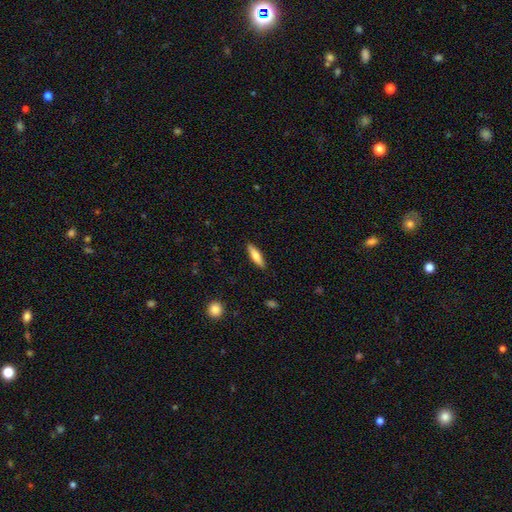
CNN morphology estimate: A smooth galaxy with no disk features (72%) that is cigar-shaped (65%).

Vote fractions:
- Smooth or featured? smooth: 72% / featured or disk: 22% / star or artifact: 6%
- How rounded? cigar-shaped: 65% / in between: 33% / round: 2%
- Merging? none: 89% / minor disturbance: 8% / major disturbance: 2% / merger: 1%